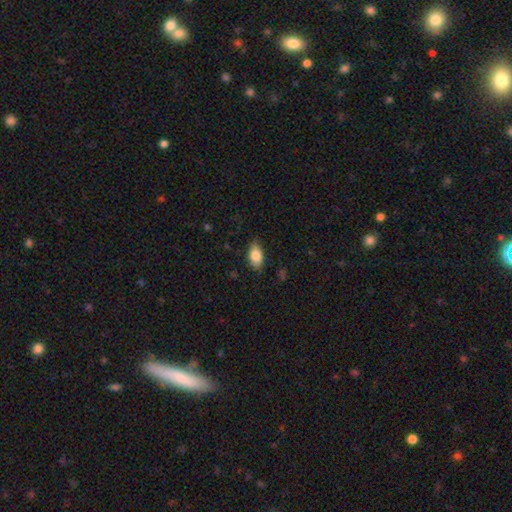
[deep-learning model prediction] Morphology: type=smooth (83%); roundness=in between (91%); merging=none (81%).